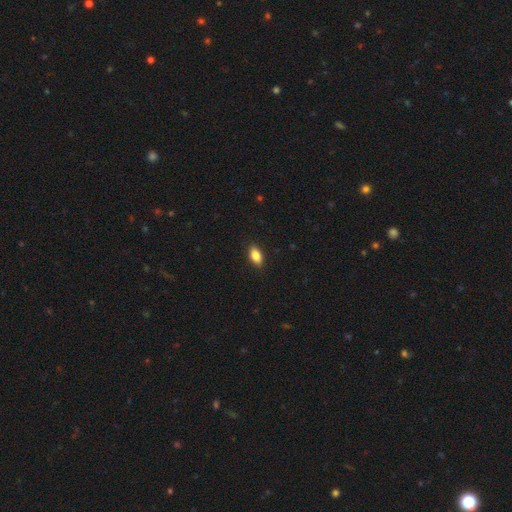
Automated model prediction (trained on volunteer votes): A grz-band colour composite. It shows a smooth galaxy with no disk features (86%) that is in between round and cigar-shaped (89%). Merging: none (88%).